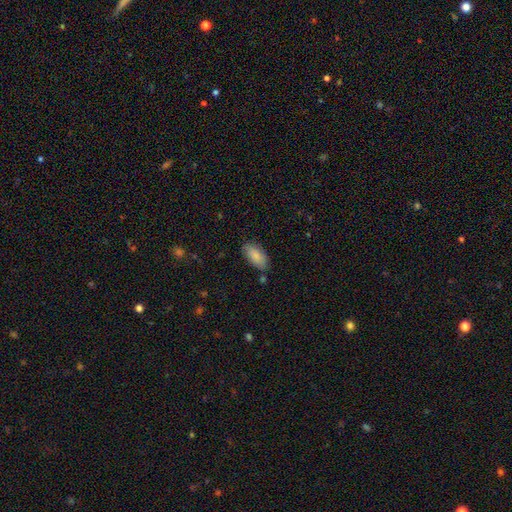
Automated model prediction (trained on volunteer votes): This appears to be a smooth galaxy with no disk features (85%) that is in between round and cigar-shaped (92%). Merging: none (78%).